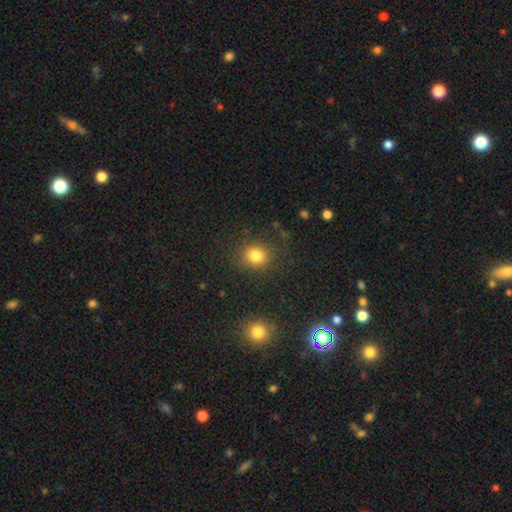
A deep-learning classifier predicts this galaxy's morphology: This is clearly a smooth galaxy (80%). How rounded: likely round (71%). Merging: clearly none (85%).